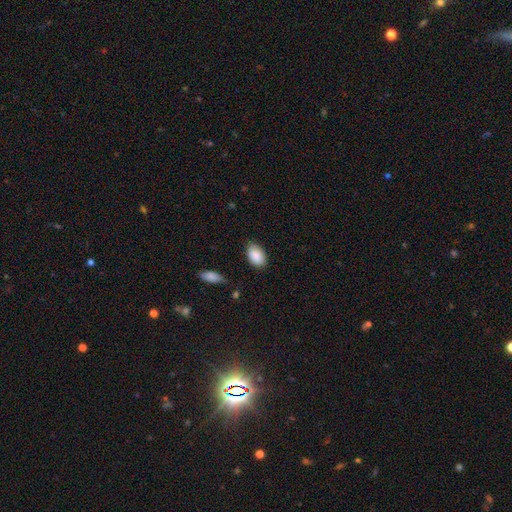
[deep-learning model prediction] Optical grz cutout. It shows a smooth galaxy with no disk features (89%) that is in between round and cigar-shaped (92%). Merging: none (79%).